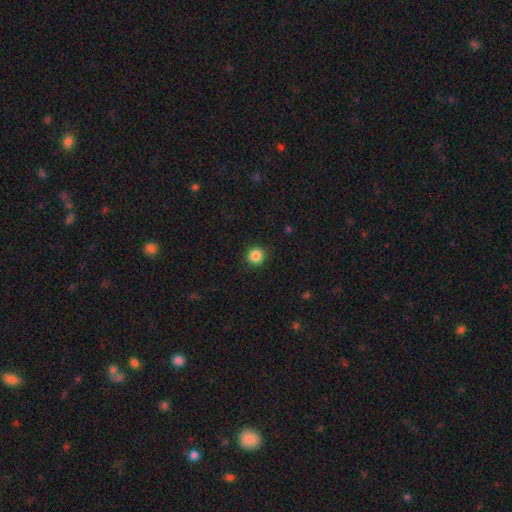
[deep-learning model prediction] Morphology: type=smooth (86%); roundness=round (94%); merging=none (92%).